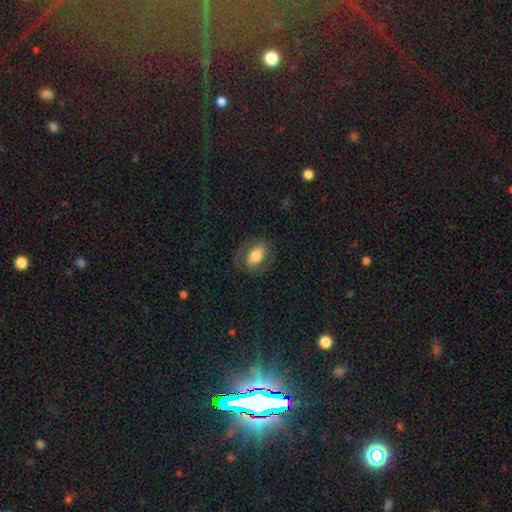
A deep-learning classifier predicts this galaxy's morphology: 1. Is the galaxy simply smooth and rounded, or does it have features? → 57% smooth, 35% featured or disk, 8% star or artifact.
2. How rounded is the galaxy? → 87% in between, 11% round, 3% cigar-shaped.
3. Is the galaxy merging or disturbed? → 71% none, 16% minor disturbance, 11% major disturbance, 1% merger.